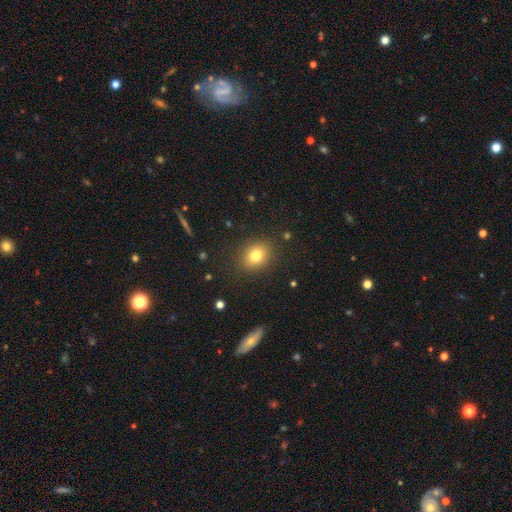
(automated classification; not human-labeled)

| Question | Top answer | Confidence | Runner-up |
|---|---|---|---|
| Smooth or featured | smooth | 78% | star or artifact (13%) |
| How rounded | round | 55% | in between (44%) |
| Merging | none | 87% | minor disturbance (8%) |